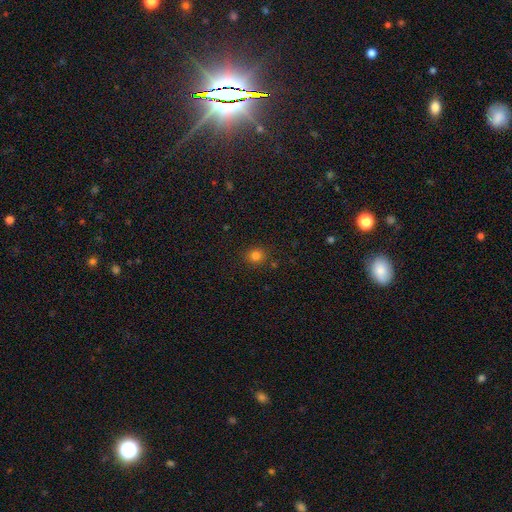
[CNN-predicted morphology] smooth_or_featured: smooth (p=0.80) [alt: star or artifact p=0.15]
how_rounded: round (p=0.88) [alt: in between p=0.11]
merging: none (p=0.88) [alt: minor disturbance p=0.07]